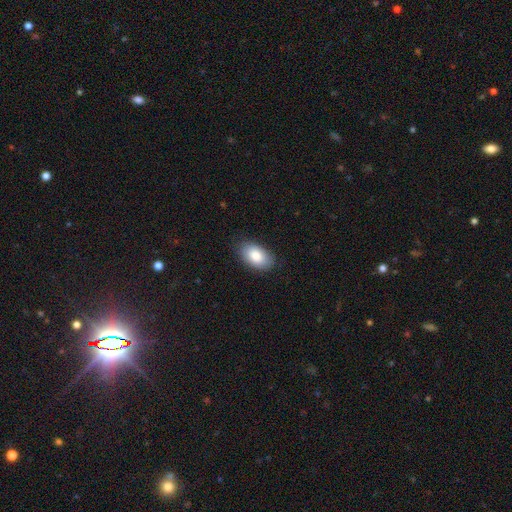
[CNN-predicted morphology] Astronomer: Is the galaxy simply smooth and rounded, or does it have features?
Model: smooth — 83%.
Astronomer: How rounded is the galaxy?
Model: in between — 93%.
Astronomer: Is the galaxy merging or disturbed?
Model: none — 84%.